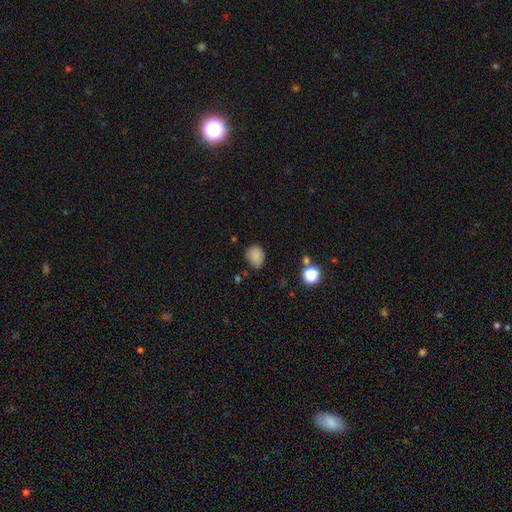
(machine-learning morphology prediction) A smooth galaxy with no disk features (83%) that is in between round and cigar-shaped (51%). Merging: none (74%).